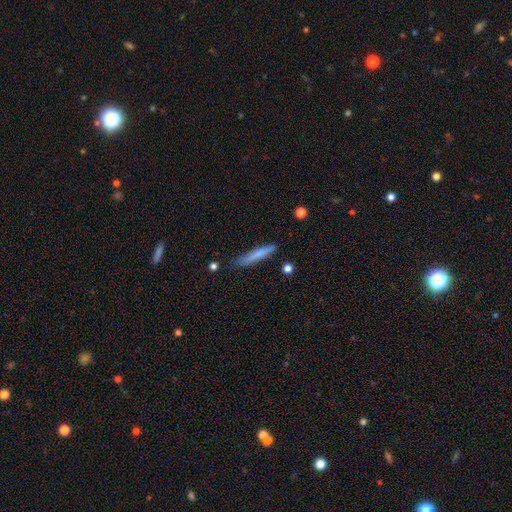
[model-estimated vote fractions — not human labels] A smooth galaxy with no disk features (71%) that is cigar-shaped (95%). Merging: none (85%).